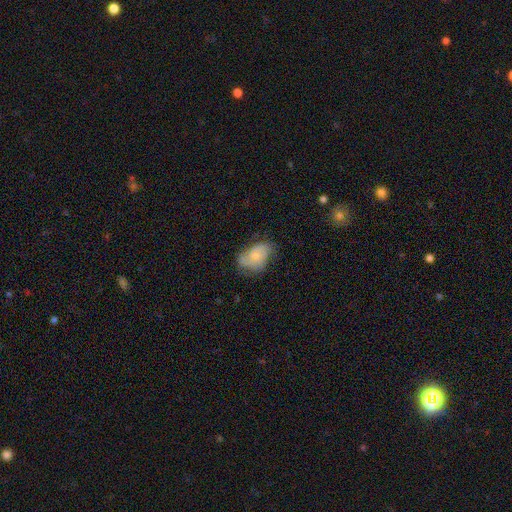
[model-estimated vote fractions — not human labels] Smooth or featured?
  - smooth: 60% *
  - featured or disk: 32%
  - star or artifact: 8%
How rounded?
  - in between: 87% *
  - round: 12%
  - cigar-shaped: 2%
Merging?
  - none: 46% *
  - minor disturbance: 36%
  - major disturbance: 15%
  - merger: 2%